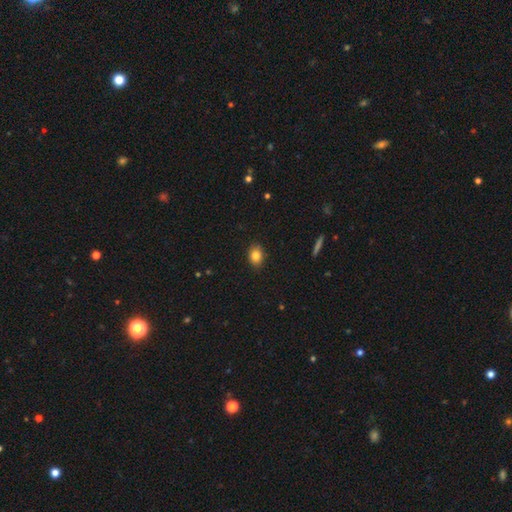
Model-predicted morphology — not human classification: This appears to be a smooth galaxy with no disk features (82%) that is in between round and cigar-shaped (71%). Merging: none (88%).